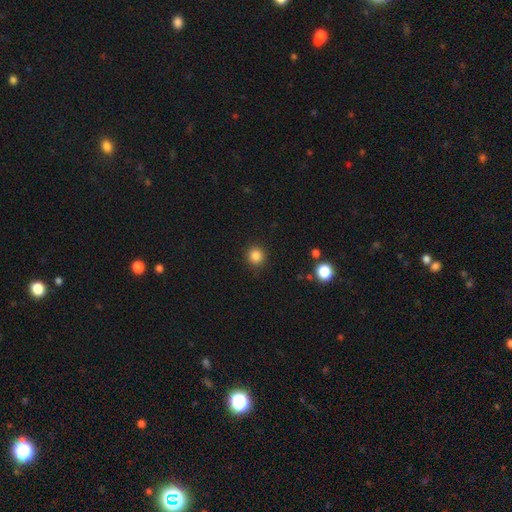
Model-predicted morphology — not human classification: The model was most divided on "smooth or featured": smooth: 85%, star or artifact: 12%, featured or disk: 4%. More confident: how rounded — round (93%); merging — none (91%).